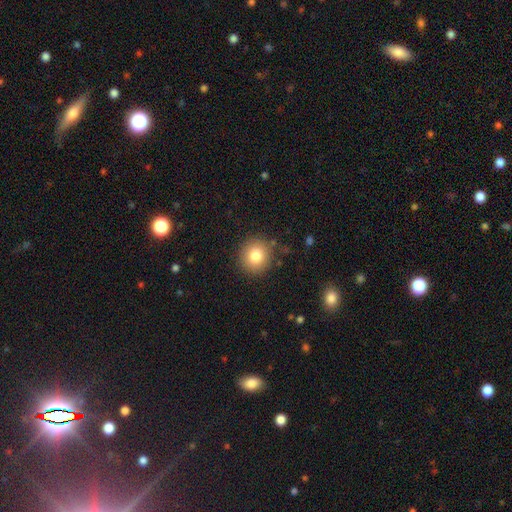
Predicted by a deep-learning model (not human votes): Smooth or featured? smooth (81%)
How rounded? round (91%)
Merging? none (88%)